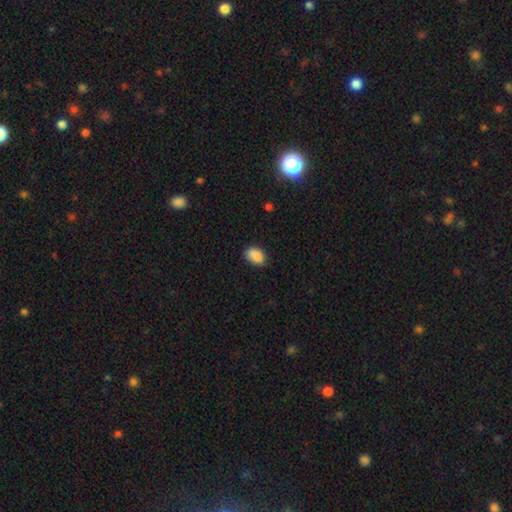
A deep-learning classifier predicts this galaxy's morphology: Overall: smooth (89%). How rounded: in between (88%). Merging: none (82%).